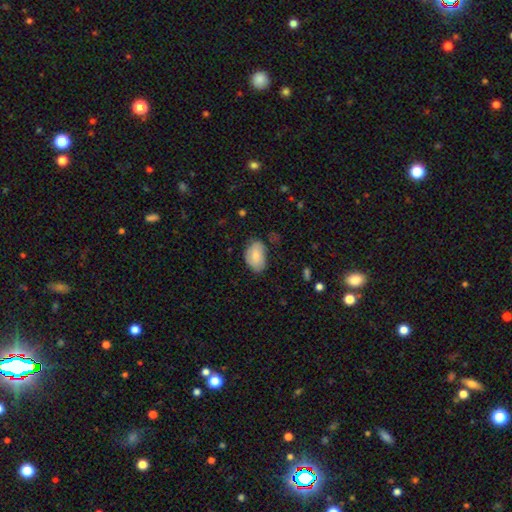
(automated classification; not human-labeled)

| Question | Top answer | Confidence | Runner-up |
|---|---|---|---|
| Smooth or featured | smooth | 75% | featured or disk (19%) |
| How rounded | in between | 88% | round (11%) |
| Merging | none | 61% | minor disturbance (31%) |